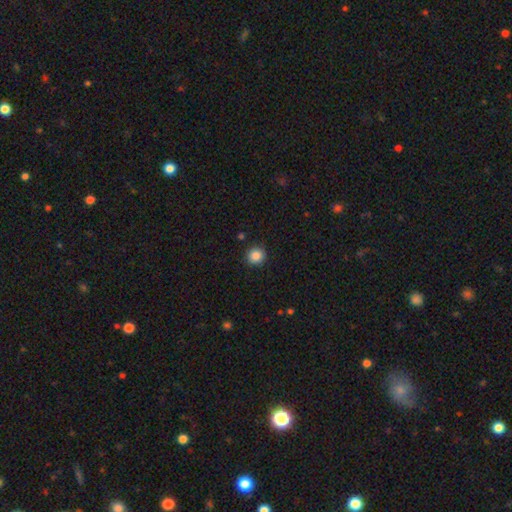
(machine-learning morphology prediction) This appears to be a smooth galaxy with no disk features (86%) that is round (92%). Merging: none (91%).